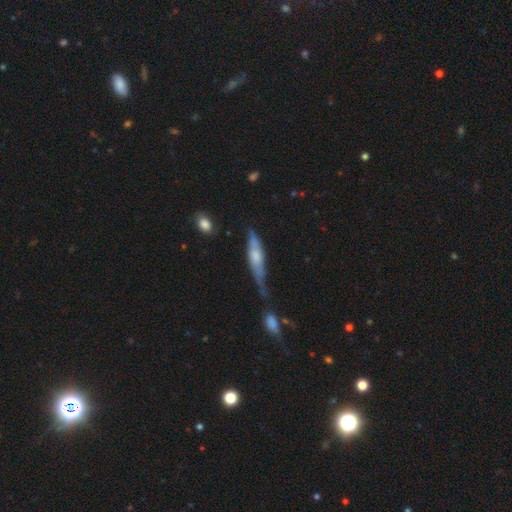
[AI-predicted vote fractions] featured or disk 47%, smooth 46%, star or artifact 7%. Down the decision tree: merging — none (36%).